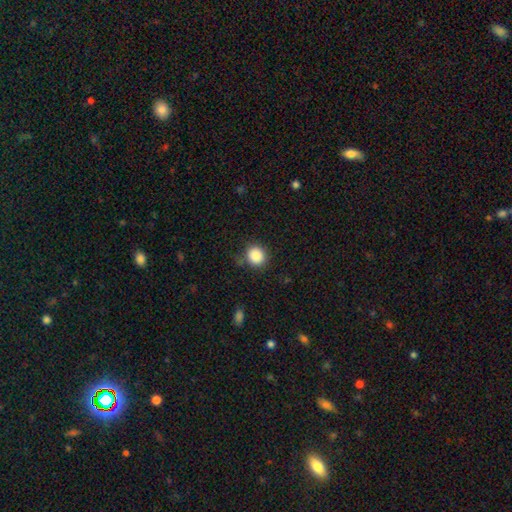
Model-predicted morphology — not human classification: smooth-or-featured: smooth: 87% | star or artifact: 10% | featured or disk: 4%
  how-rounded: round: 87% | in between: 12% | cigar-shaped: 1%
  merging: none: 82% | minor disturbance: 12% | major disturbance: 4% | merger: 2%